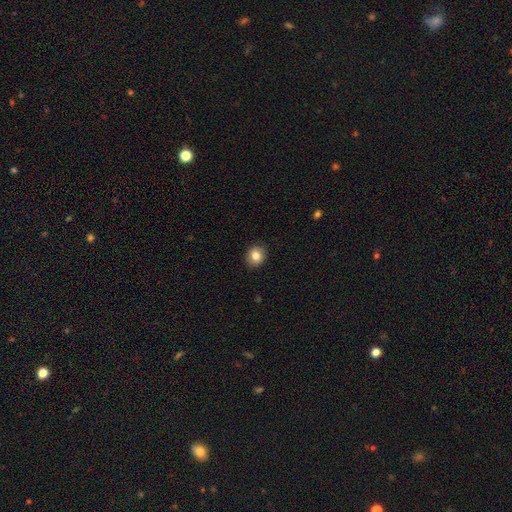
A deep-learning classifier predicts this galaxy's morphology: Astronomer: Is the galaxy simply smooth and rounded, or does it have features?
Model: smooth — 83%.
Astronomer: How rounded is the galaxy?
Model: round — 76%.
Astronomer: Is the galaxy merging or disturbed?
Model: none — 90%.